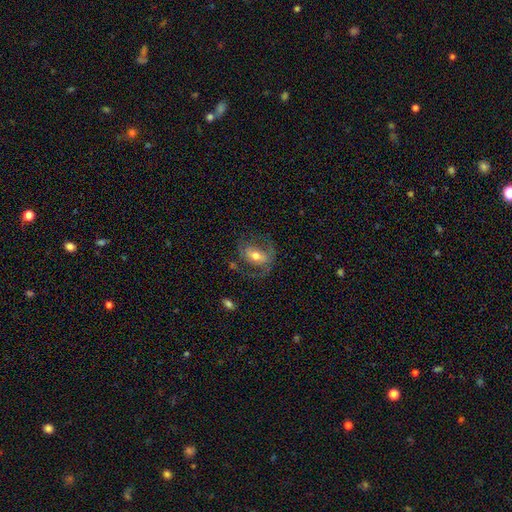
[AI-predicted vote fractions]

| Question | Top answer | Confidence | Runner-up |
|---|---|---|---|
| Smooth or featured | featured or disk | 60% | smooth (32%) |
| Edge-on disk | no | 93% | yes (7%) |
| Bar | strong | 36% | weak (33%) |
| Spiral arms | yes | 66% | no (34%) |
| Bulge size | moderate | 64% | small (25%) |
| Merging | none | 55% | major disturbance (22%) |